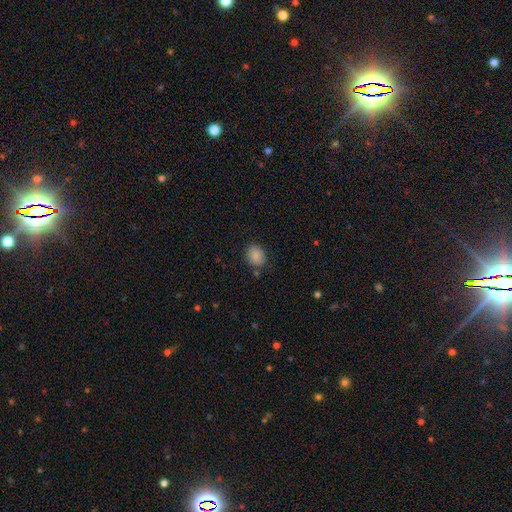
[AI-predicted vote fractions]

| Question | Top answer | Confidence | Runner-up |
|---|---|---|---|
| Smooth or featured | smooth | 86% | star or artifact (9%) |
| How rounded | round | 56% | in between (44%) |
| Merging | none | 82% | minor disturbance (12%) |